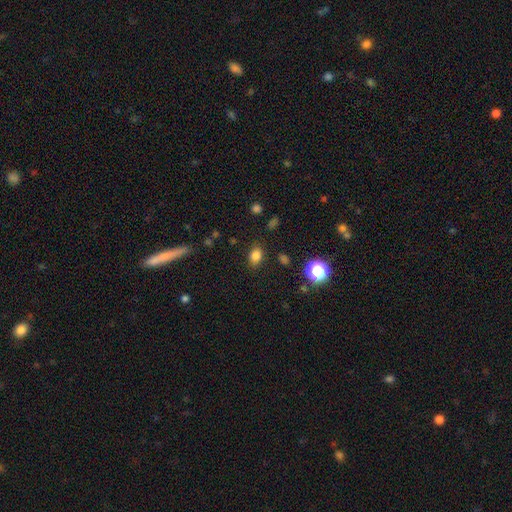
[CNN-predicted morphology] Q: Smooth or featured?
A: smooth (81%); runner-up: star or artifact (14%)
Q: How rounded?
A: in between (60%); runner-up: round (39%)
Q: Merging?
A: none (83%); runner-up: minor disturbance (11%)